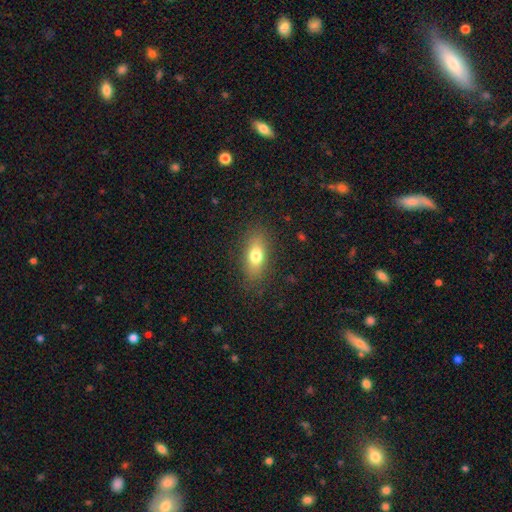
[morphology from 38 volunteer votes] Smooth or featured?
  - smooth: 68% *
  - featured or disk: 24%
  - star or artifact: 8%
How rounded?
  - in between: 46% *
  - cigar-shaped: 42%
  - round: 12%
Merging?
  - none: 97% *
  - minor disturbance: 3%
  - major disturbance: 0%
  - merger: 0%